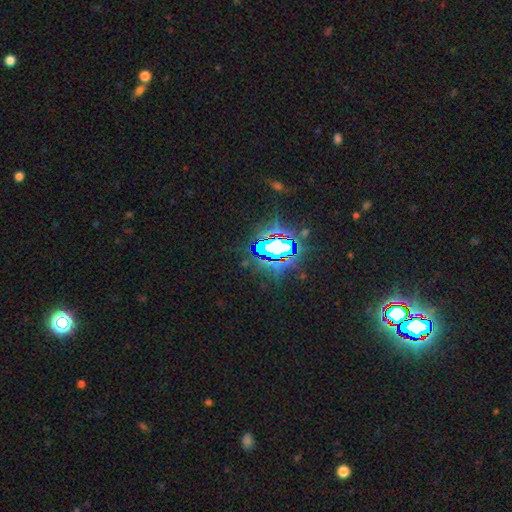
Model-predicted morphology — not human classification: This appears to be a star or artifact, not a galaxy (82%).